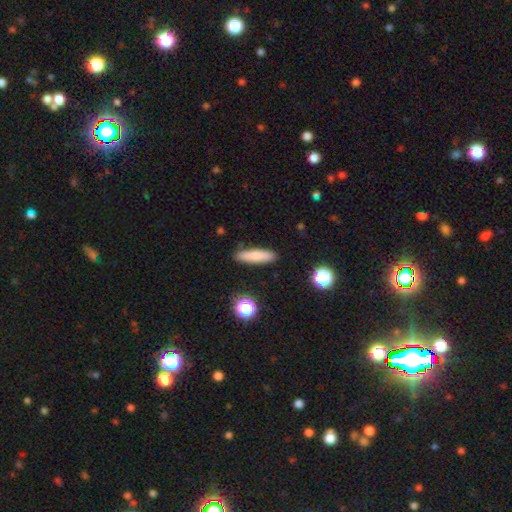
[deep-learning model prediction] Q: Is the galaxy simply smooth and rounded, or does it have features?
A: smooth — 78%.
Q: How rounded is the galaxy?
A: cigar-shaped — 74%.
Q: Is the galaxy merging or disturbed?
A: none — 88%.